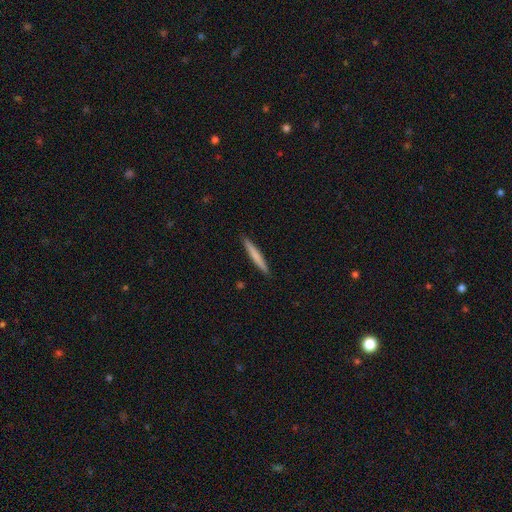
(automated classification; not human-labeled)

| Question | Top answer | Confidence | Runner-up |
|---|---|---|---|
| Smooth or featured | smooth | 70% | featured or disk (25%) |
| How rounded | cigar-shaped | 96% | in between (3%) |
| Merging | none | 92% | minor disturbance (6%) |